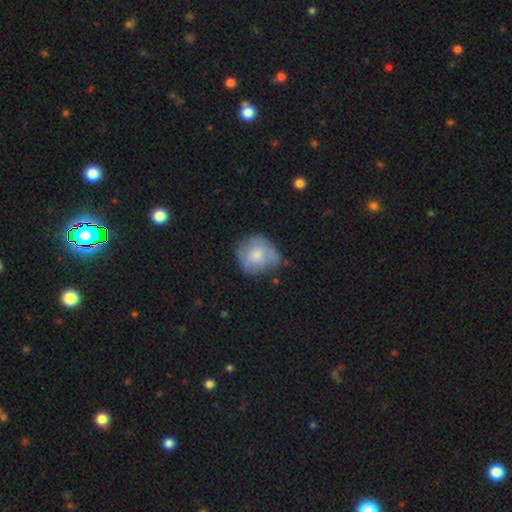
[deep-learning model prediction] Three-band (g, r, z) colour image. It shows a smooth galaxy with no disk features (62%) that is round (77%). Merging: none (52%).